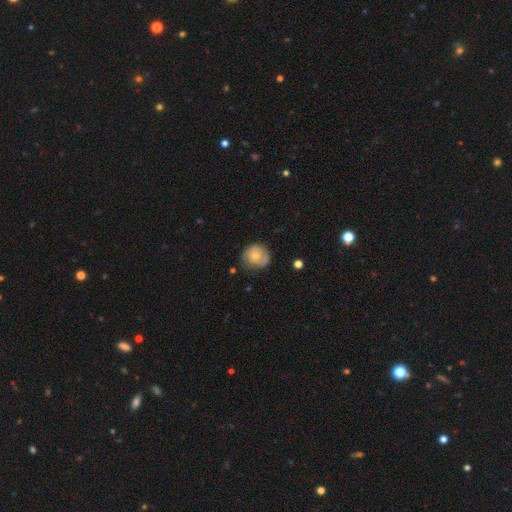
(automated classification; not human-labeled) A smooth galaxy with no disk features (66%) that is round (83%).

Vote fractions:
- Smooth or featured? smooth: 66% / featured or disk: 26% / star or artifact: 8%
- How rounded? round: 83% / in between: 16% / cigar-shaped: 1%
- Merging? none: 64% / minor disturbance: 27% / major disturbance: 7% / merger: 2%